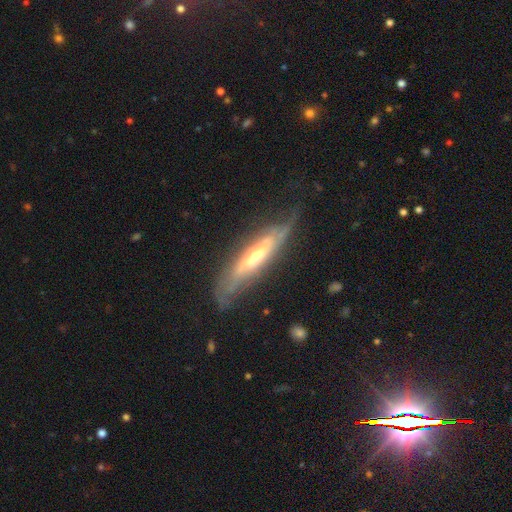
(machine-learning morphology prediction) This is likely a featured or disk galaxy (72%). It is possibly viewed edge-on (59%). Merging: likely none (67%).